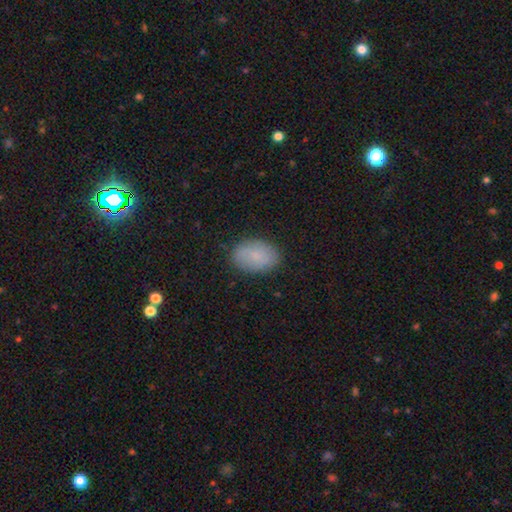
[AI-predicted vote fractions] This appears to be a smooth galaxy with no disk features (83%) that is in between round and cigar-shaped (88%). Merging: none (85%).